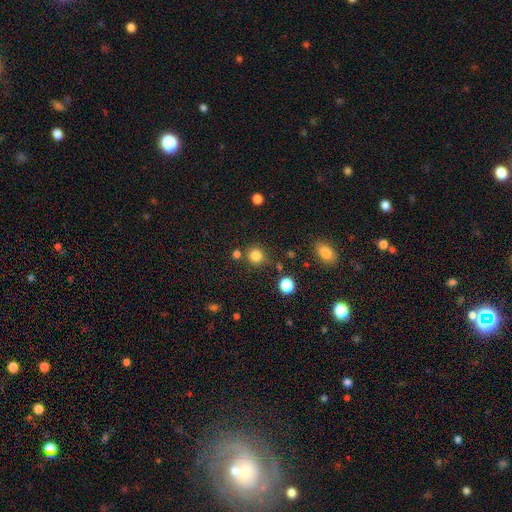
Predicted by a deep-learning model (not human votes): Smooth or featured?
  - smooth: 81% *
  - star or artifact: 13%
  - featured or disk: 5%
How rounded?
  - round: 91% *
  - in between: 8%
  - cigar-shaped: 1%
Merging?
  - none: 79% *
  - minor disturbance: 10%
  - merger: 7%
  - major disturbance: 4%